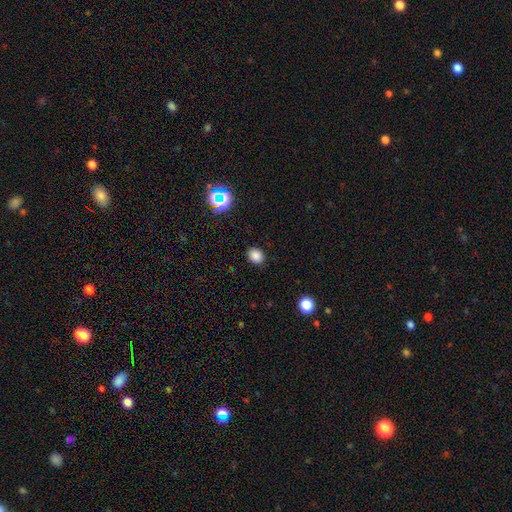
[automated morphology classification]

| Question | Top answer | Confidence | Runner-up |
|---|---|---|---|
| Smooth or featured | smooth | 83% | star or artifact (13%) |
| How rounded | round | 53% | in between (46%) |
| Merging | none | 89% | minor disturbance (8%) |